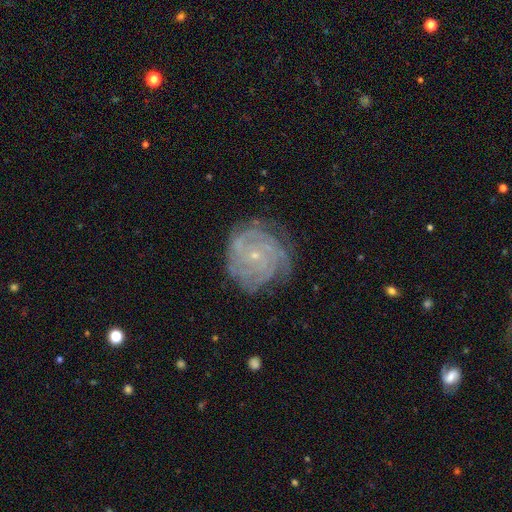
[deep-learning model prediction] A featured or disk galaxy (85%) with no bar (77%), 4 (26%) tight (80%) spiral arms (97%) and a small central bulge (86%). Merging: none (77%).